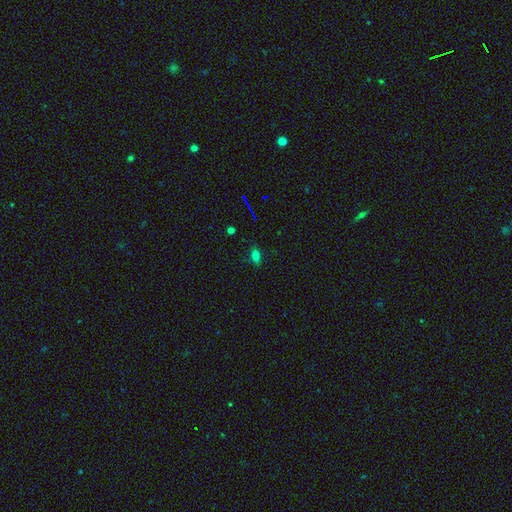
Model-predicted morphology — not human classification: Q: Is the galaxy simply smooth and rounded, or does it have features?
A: smooth — 73%.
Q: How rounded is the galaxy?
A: in between — 84%.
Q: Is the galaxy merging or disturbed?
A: none — 84%.